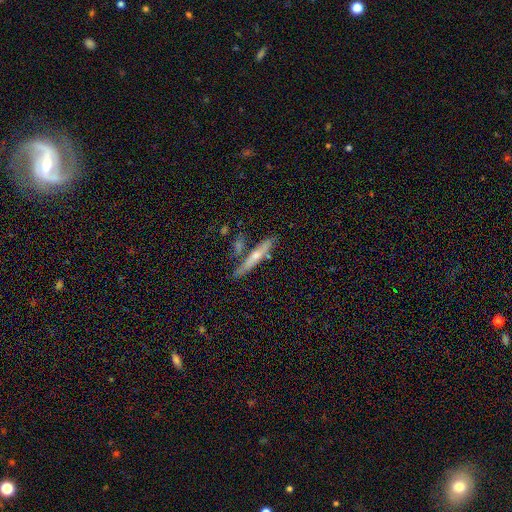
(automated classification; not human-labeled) A featured or disk galaxy (53%) viewed edge-on (92%). Merging: none (75%).